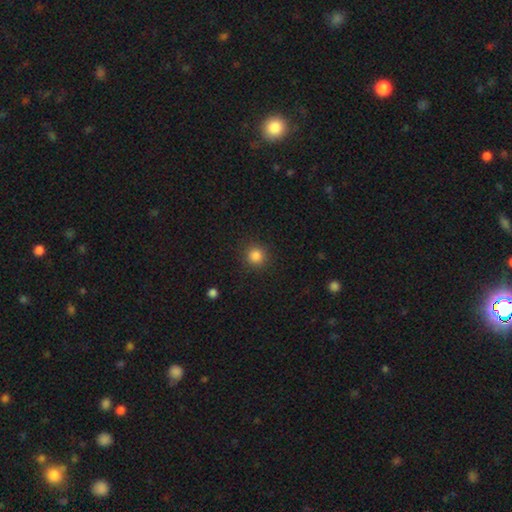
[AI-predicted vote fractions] This appears to be a smooth galaxy with no disk features (84%) that is round (93%). Merging: none (89%).